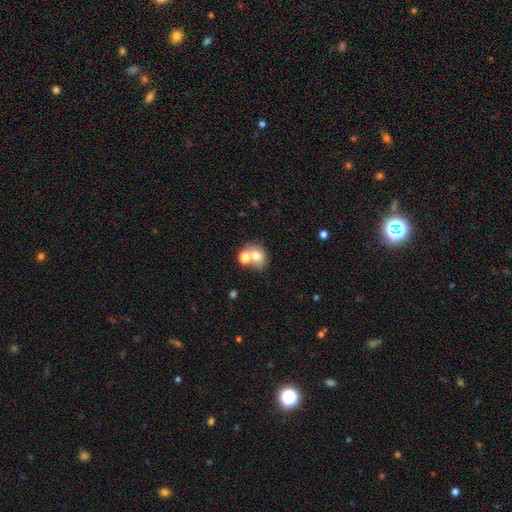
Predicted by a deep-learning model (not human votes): Morphology: type=smooth (72%); roundness=round (52%); merging=merger (44%).